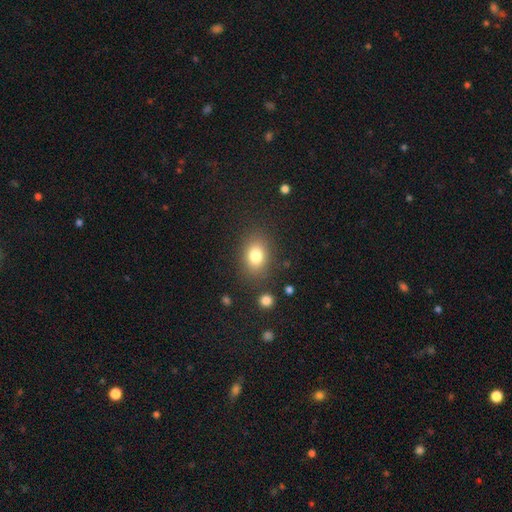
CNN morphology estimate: type=smooth (80%); roundness=in between (66%); merging=none (82%).